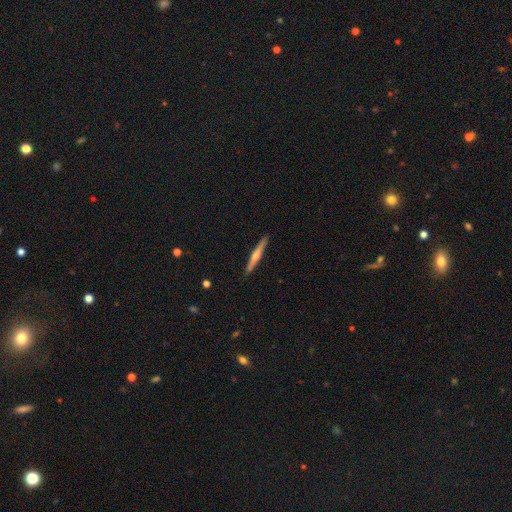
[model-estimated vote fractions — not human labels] Smooth or featured? featured or disk (59%)
Edge-on disk? yes (97%)
Edge-on bulge? rounded (77%)
Merging? none (91%)